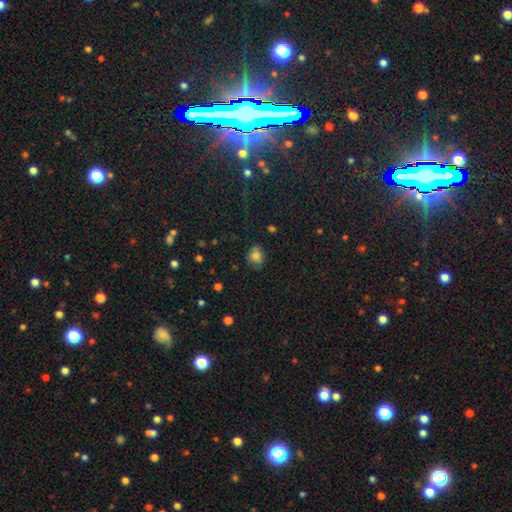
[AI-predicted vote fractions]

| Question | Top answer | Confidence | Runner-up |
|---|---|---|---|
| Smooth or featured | smooth | 77% | star or artifact (14%) |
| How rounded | round | 58% | in between (41%) |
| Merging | none | 74% | minor disturbance (20%) |